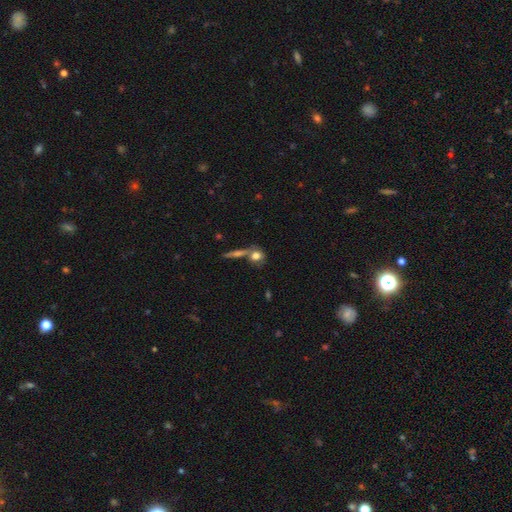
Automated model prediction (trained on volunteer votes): This is likely a smooth galaxy (70%). How rounded: likely round (68%). Merging: possibly none (57%).